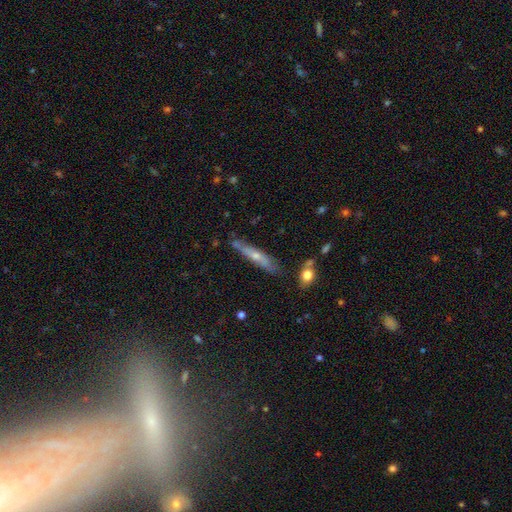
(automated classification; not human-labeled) A featured or disk galaxy (55%) viewed edge-on (82%). Merging: none (73%).